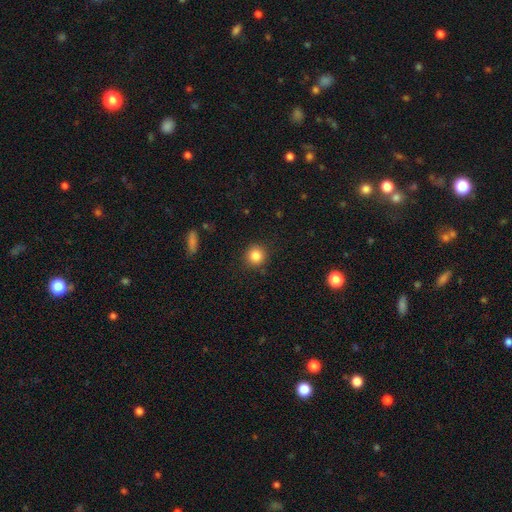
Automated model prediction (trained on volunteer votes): This is clearly a smooth galaxy (84%). How rounded: clearly round (92%). Merging: clearly none (90%).